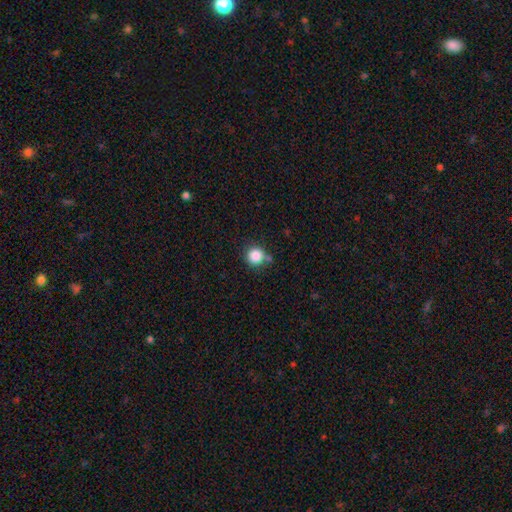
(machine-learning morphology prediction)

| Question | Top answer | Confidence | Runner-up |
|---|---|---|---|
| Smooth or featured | smooth | 85% | star or artifact (11%) |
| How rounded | round | 92% | in between (7%) |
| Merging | none | 73% | minor disturbance (14%) |